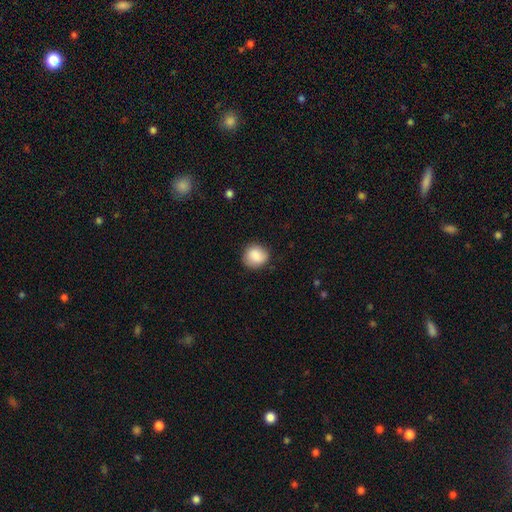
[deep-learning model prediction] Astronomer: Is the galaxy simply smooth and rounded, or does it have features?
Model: smooth — 88%.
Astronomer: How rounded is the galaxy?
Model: round — 85%.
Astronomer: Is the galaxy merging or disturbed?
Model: none — 84%.